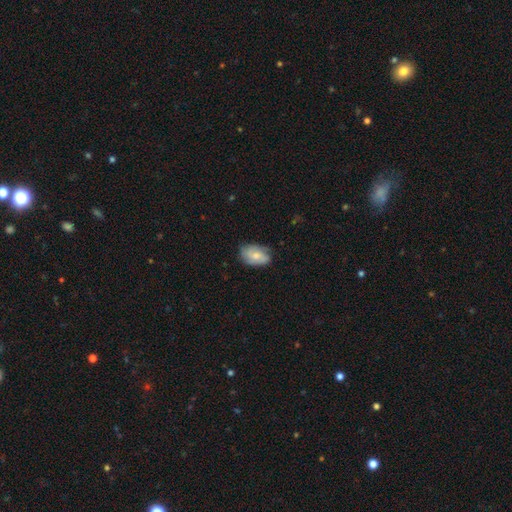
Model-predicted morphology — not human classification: The model was most divided on "smooth or featured": smooth: 59%, featured or disk: 34%, star or artifact: 7%. More confident: how rounded — in between (88%); merging — none (64%).